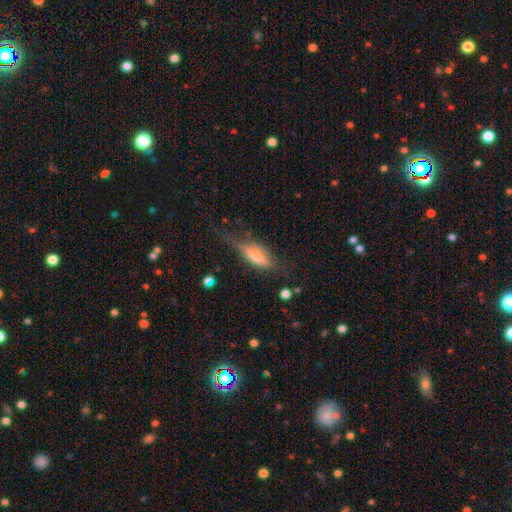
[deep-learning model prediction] This appears to be a smooth galaxy with no disk features (46%). Merging: none (55%).